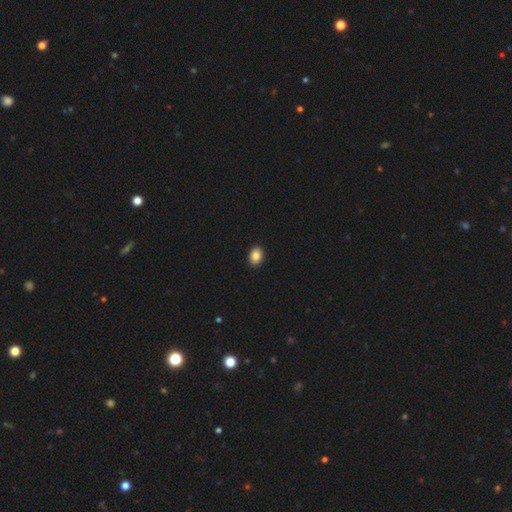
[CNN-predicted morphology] This appears to be a smooth galaxy with no disk features (87%) that is in between round and cigar-shaped (68%). Merging: none (92%).